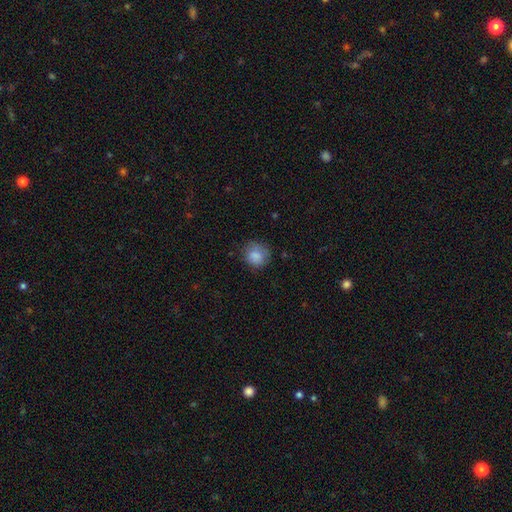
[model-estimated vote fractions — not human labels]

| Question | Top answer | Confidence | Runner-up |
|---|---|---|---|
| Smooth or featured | smooth | 84% | star or artifact (9%) |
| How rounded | round | 80% | in between (19%) |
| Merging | none | 72% | minor disturbance (20%) |